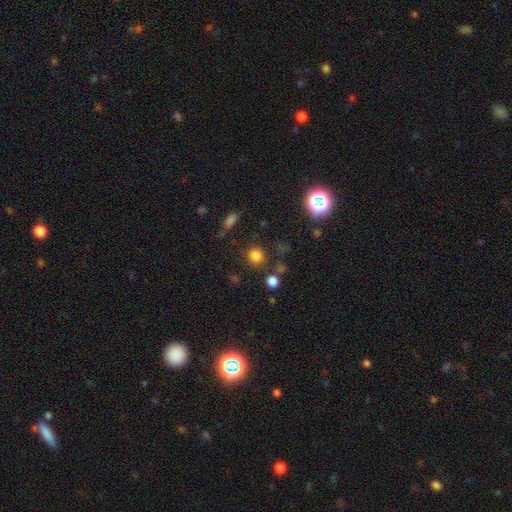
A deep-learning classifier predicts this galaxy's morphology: Smooth or featured? smooth (80%)
How rounded? round (87%)
Merging? none (80%)